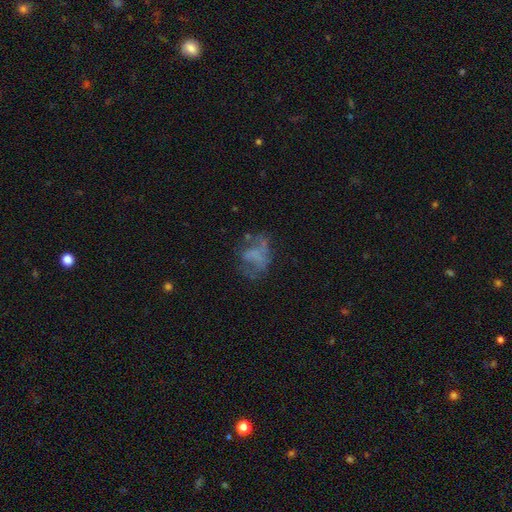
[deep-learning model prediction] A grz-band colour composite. It shows a featured or disk galaxy (45%). Merging: none (39%).